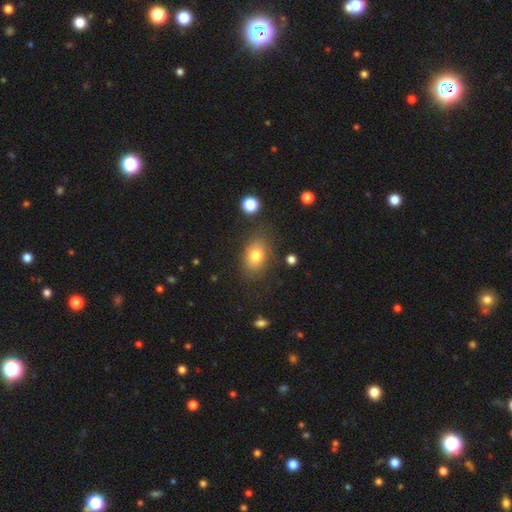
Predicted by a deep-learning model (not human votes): A smooth galaxy with no disk features (77%) that is in between round and cigar-shaped (77%).

Vote fractions:
- Smooth or featured? smooth: 77% / featured or disk: 13% / star or artifact: 10%
- How rounded? in between: 77% / round: 21% / cigar-shaped: 2%
- Merging? none: 76% / minor disturbance: 16% / major disturbance: 6% / merger: 3%